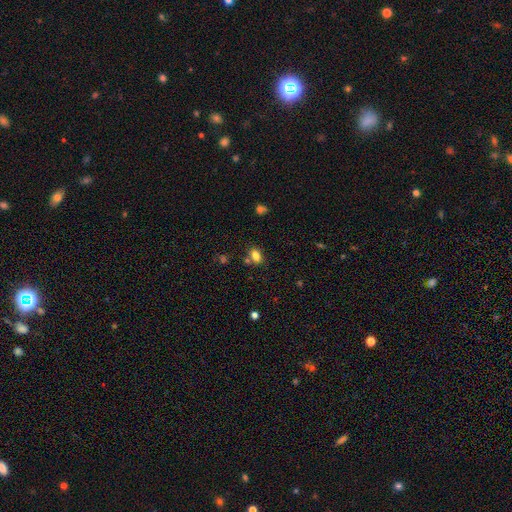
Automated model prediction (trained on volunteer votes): Morphology: type=smooth (80%); roundness=in between (78%); merging=none (67%).